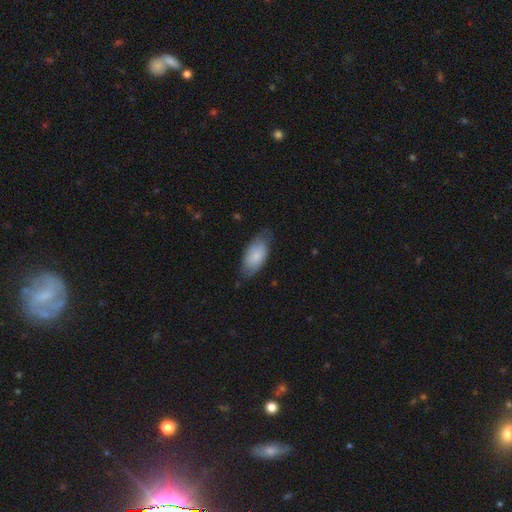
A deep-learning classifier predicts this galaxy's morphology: Overall: smooth (79%). How rounded: in between (93%). Merging: none (69%).